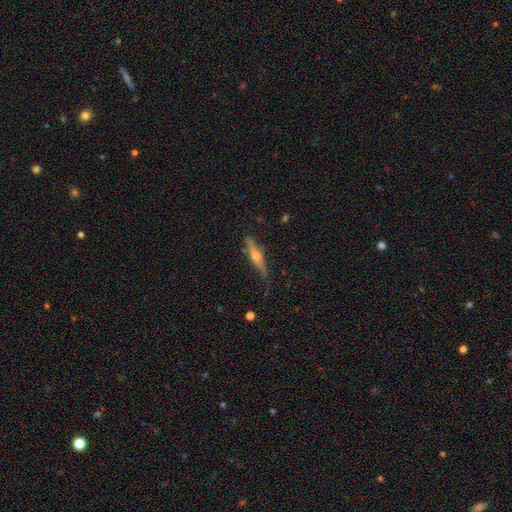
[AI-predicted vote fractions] The model was most divided on "smooth or featured": featured or disk: 73%, smooth: 21%, star or artifact: 6%. More confident: edge-on disk — yes (97%); edge-on bulge — rounded (91%); merging — none (80%).